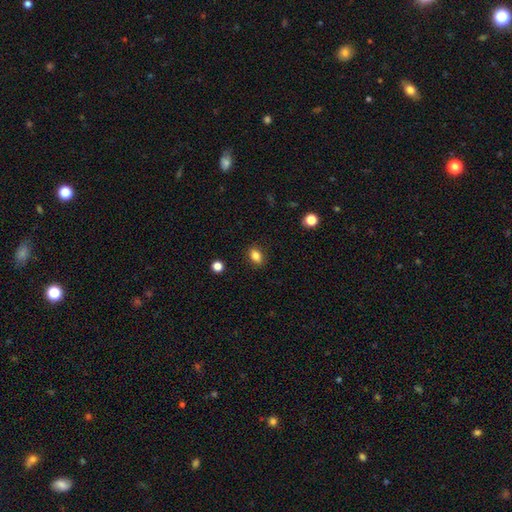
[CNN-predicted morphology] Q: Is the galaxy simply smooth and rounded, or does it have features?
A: smooth — 85%.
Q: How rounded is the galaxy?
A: in between — 75%.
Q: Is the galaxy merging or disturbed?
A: none — 88%.